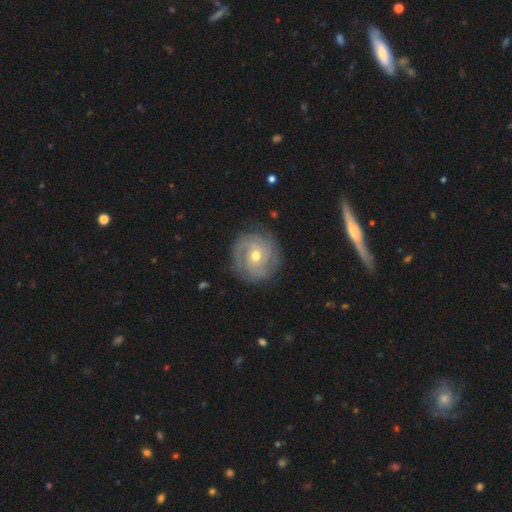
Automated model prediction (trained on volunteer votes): smooth-or-featured: featured or disk: 82% | smooth: 12% | star or artifact: 5%
  disk-edge-on: no: 98% | yes: 2%
    bar: no: 69% | weak: 26% | strong: 6%
    has-spiral-arms: yes: 94% | no: 6%
      spiral-winding: tight: 67% | medium: 26% | loose: 7%
      spiral-arm-count: 2: 32% | 3: 28% | can't tell: 22% | 4: 7% | 1: 6% | more than 4: 5%
    bulge-size: moderate: 65% | small: 31% | large: 2% | none: 1% | dominant: 1%
  merging: none: 82% | minor disturbance: 13% | major disturbance: 4% | merger: 1%